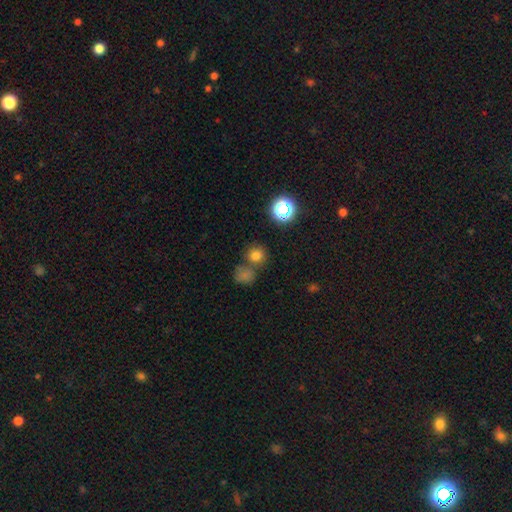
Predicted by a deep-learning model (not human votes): Smooth or featured? smooth (73%)
How rounded? round (85%)
Merging? none (61%)